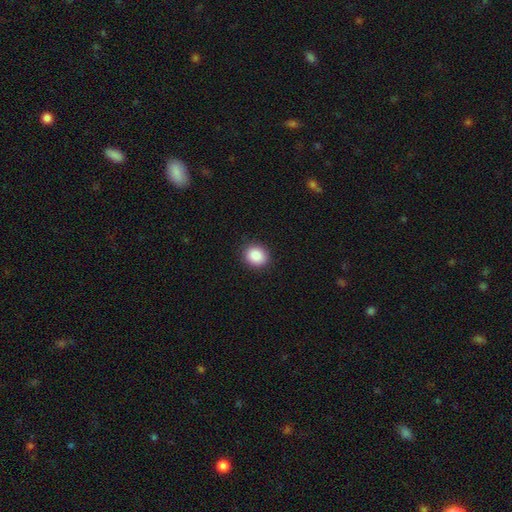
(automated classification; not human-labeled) A smooth galaxy with no disk features (89%) that is round (71%).

Vote fractions:
- Smooth or featured? smooth: 89% / star or artifact: 8% / featured or disk: 3%
- How rounded? round: 71% / in between: 29% / cigar-shaped: 1%
- Merging? none: 90% / minor disturbance: 7% / major disturbance: 2% / merger: 1%